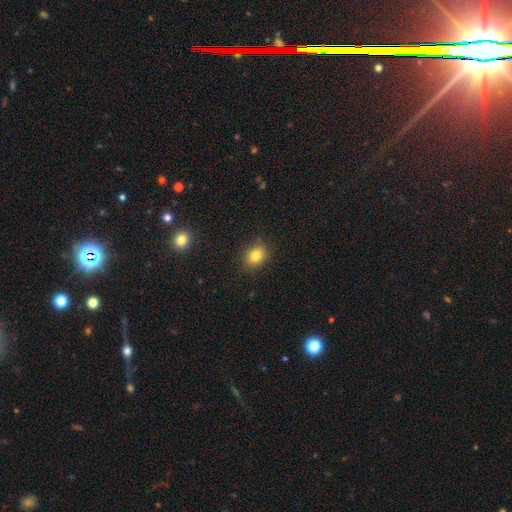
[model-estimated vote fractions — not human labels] The model was most divided on "how rounded": in between: 53%, round: 46%, cigar-shaped: 1%. More confident: merging — none (85%); smooth or featured — smooth (81%).